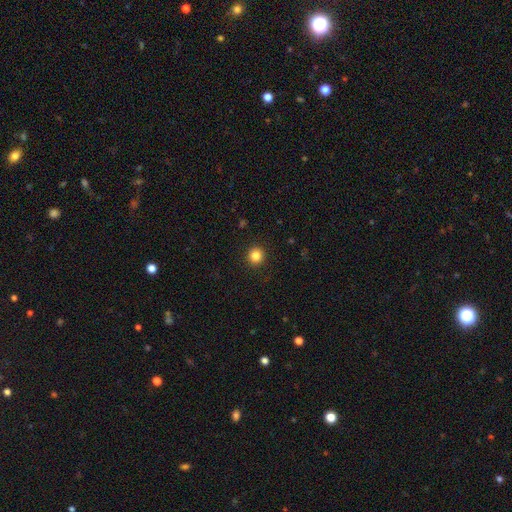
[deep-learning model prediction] Morphology: type=smooth (84%); roundness=round (94%); merging=none (93%).